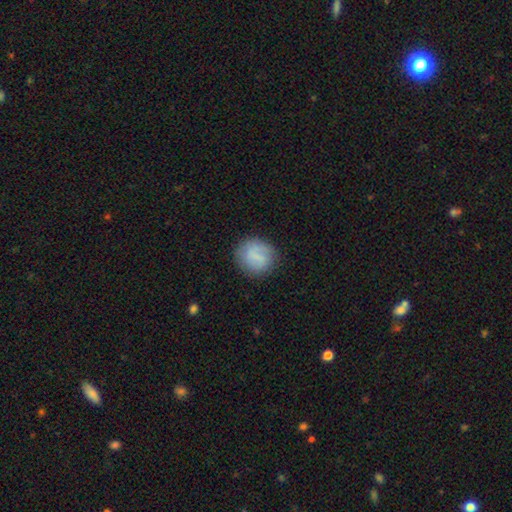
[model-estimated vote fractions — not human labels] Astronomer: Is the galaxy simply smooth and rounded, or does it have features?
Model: smooth — 68%.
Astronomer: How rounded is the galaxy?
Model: round — 83%.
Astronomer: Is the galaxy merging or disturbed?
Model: none — 80%.